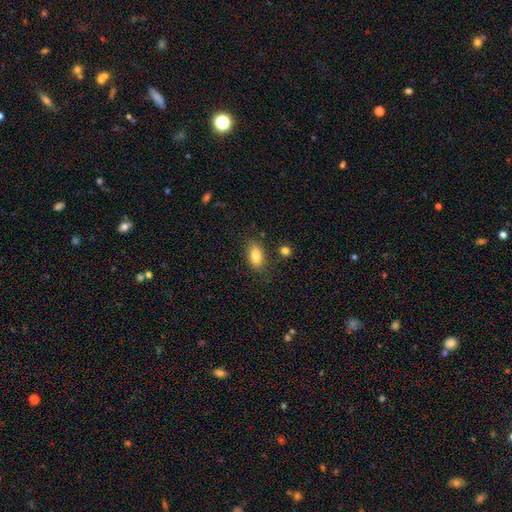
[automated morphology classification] Smooth or featured: smooth — 82% (featured or disk — 10%)
How rounded: in between — 89% (round — 8%)
Merging: none — 80% (minor disturbance — 13%)